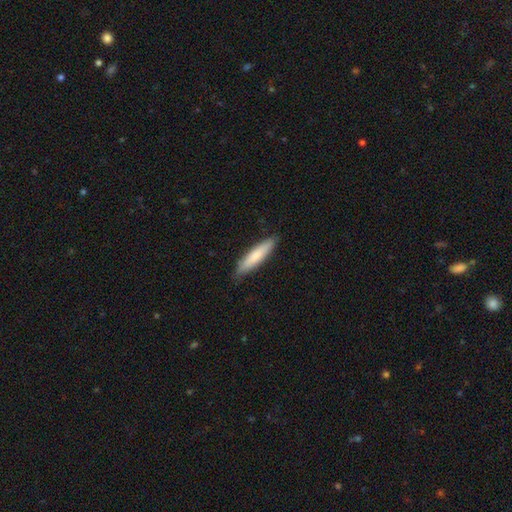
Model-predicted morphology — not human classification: A smooth galaxy with no disk features (78%) that is cigar-shaped (82%). Merging: none (86%).